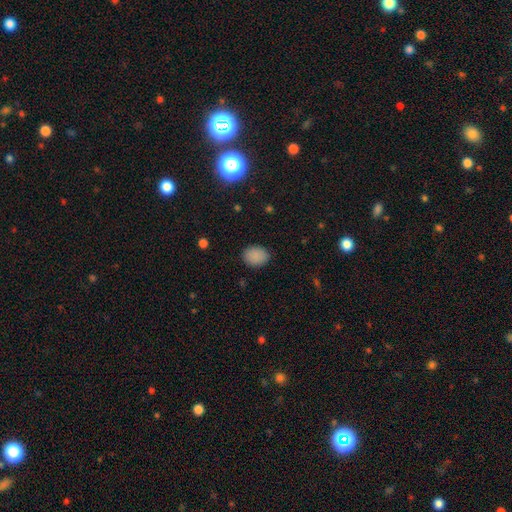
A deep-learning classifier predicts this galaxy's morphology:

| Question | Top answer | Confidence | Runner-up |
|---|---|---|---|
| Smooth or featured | smooth | 88% | star or artifact (9%) |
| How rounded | in between | 54% | round (45%) |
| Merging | none | 87% | minor disturbance (10%) |